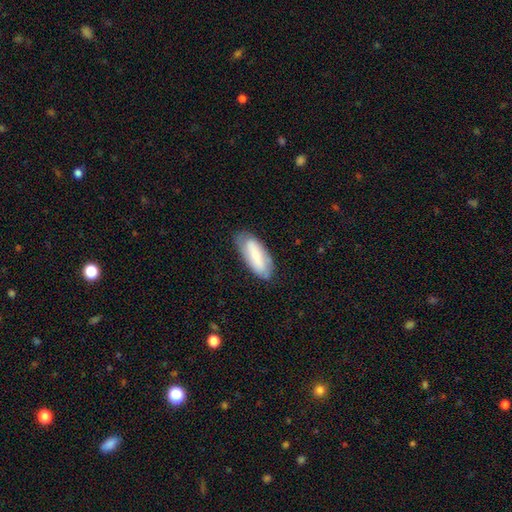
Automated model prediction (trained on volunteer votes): smooth_or_featured: smooth (p=0.58) [alt: featured or disk p=0.35]
how_rounded: in between (p=0.78) [alt: cigar-shaped p=0.20]
merging: none (p=0.75) [alt: minor disturbance p=0.18]